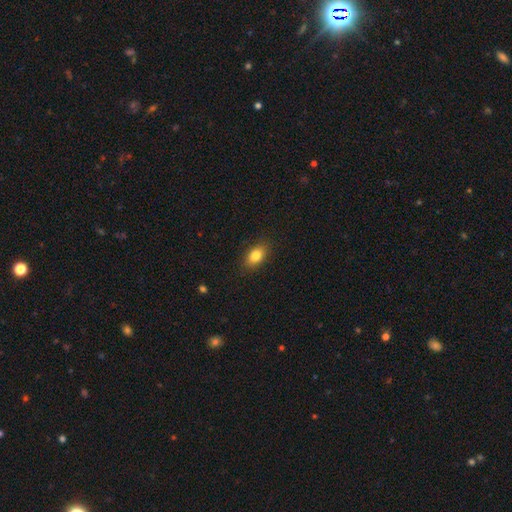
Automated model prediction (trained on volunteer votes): Smooth or featured: smooth — 82% (featured or disk — 9%)
How rounded: in between — 85% (round — 11%)
Merging: none — 87% (minor disturbance — 9%)